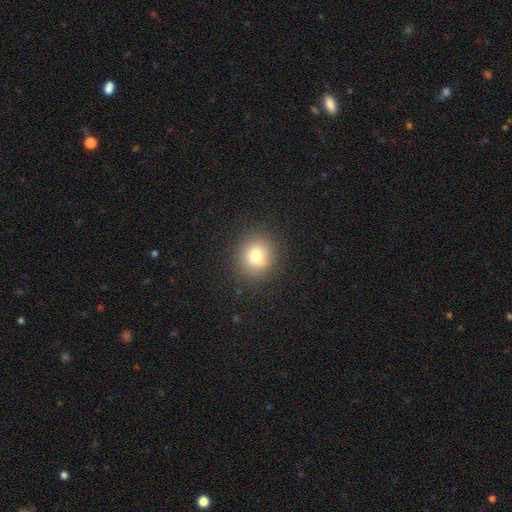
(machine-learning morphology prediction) This is likely a smooth galaxy (75%). How rounded: clearly round (84%). Merging: clearly none (86%).